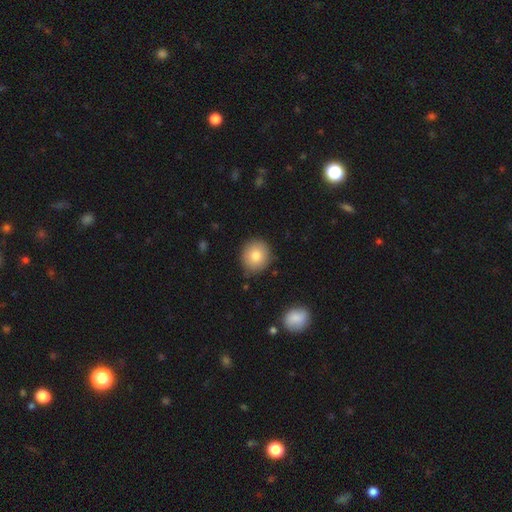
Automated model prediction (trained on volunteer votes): Smooth or featured? smooth (80%)
How rounded? round (88%)
Merging? none (85%)